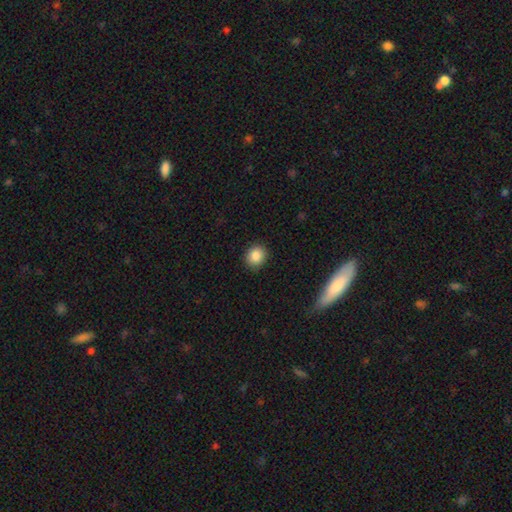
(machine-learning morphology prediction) Smooth or featured? Predicted: smooth (p=0.86). How rounded? Predicted: round (p=0.75). Merging? Predicted: none (p=0.88).